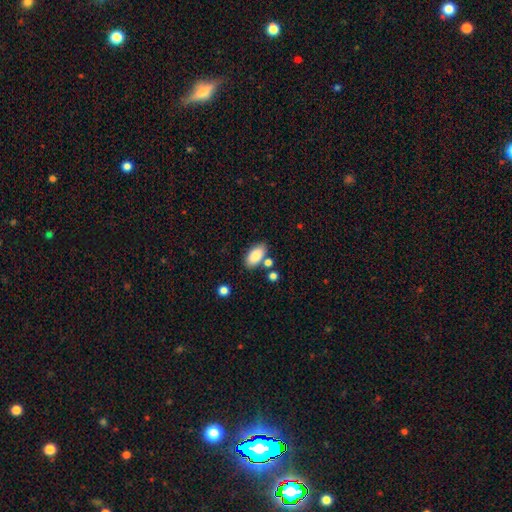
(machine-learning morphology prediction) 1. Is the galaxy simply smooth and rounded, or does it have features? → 86% smooth, 7% star or artifact, 7% featured or disk.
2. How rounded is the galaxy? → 93% in between, 4% round, 3% cigar-shaped.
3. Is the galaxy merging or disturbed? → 75% none, 12% minor disturbance, 10% merger, 3% major disturbance.